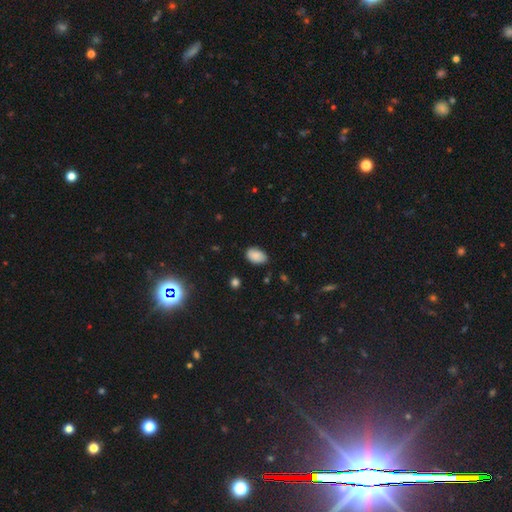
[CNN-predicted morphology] Smooth or featured?
  - smooth: 86% *
  - star or artifact: 8%
  - featured or disk: 5%
How rounded?
  - in between: 90% *
  - round: 9%
  - cigar-shaped: 1%
Merging?
  - none: 77% *
  - minor disturbance: 19%
  - major disturbance: 3%
  - merger: 1%